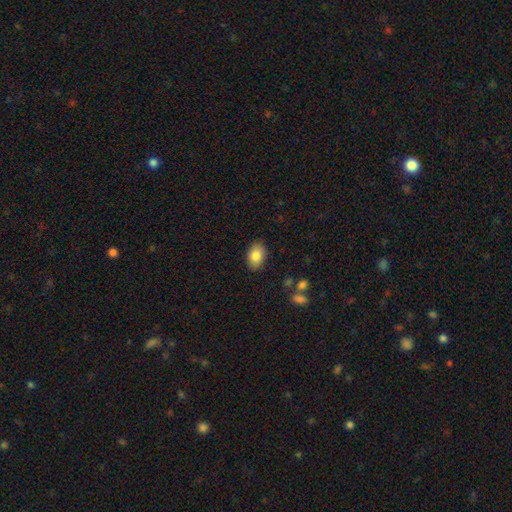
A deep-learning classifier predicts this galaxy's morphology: This appears to be a smooth galaxy with no disk features (84%) that is in between round and cigar-shaped (85%). Merging: none (85%).